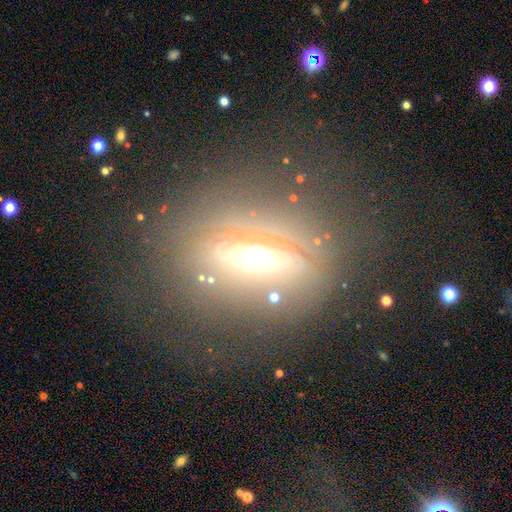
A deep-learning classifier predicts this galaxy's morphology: This is likely a featured or disk galaxy (62%). It is possibly viewed edge-on (54%). Merging: likely none (67%).